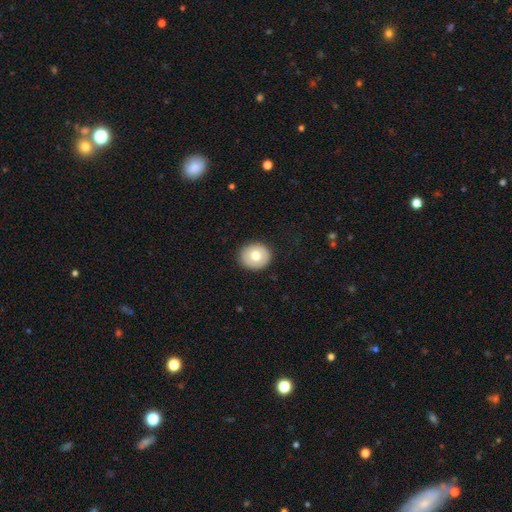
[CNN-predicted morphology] Smooth or featured: smooth — 70% (featured or disk — 22%)
How rounded: round — 76% (in between — 23%)
Merging: none — 90% (minor disturbance — 7%)